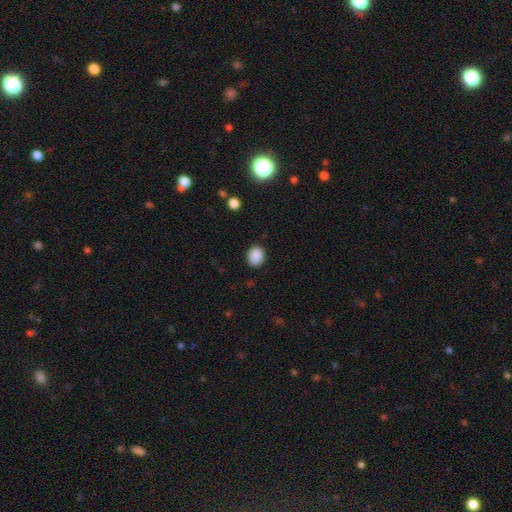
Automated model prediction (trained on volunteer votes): Smooth or featured? Predicted: smooth (p=0.89). How rounded? Predicted: round (p=0.54). Merging? Predicted: none (p=0.87).